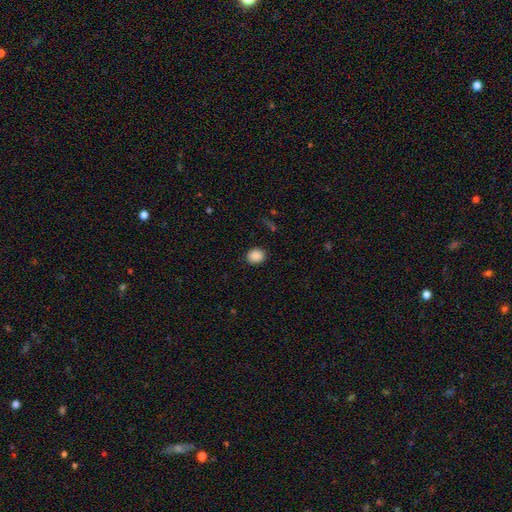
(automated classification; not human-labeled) Smooth or featured: smooth — 88% (star or artifact — 9%)
How rounded: round — 60% (in between — 39%)
Merging: none — 87% (minor disturbance — 9%)